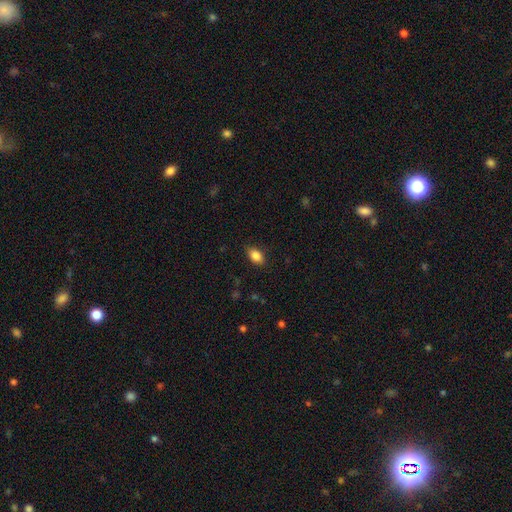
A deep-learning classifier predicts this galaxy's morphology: Overall: smooth (86%). How rounded: in between (86%). Merging: none (85%).